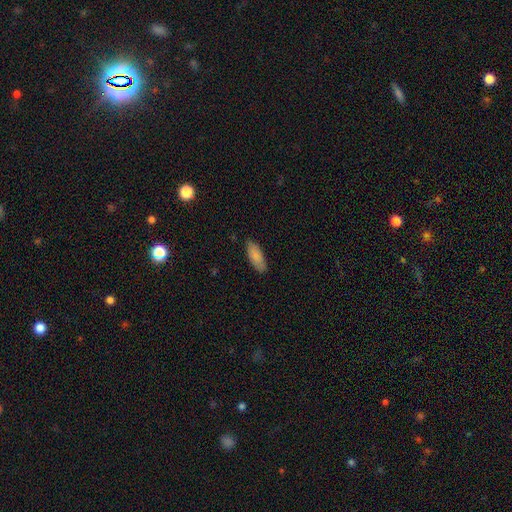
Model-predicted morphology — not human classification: smooth-or-featured: smooth: 86% | featured or disk: 8% | star or artifact: 6%
  how-rounded: in between: 79% | cigar-shaped: 20% | round: 2%
  merging: none: 83% | minor disturbance: 13% | major disturbance: 2% | merger: 1%